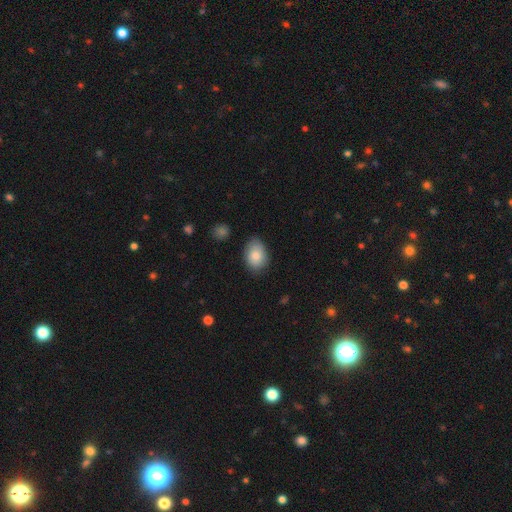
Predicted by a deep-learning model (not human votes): Overall: smooth (83%). How rounded: in between (81%). Merging: none (78%).